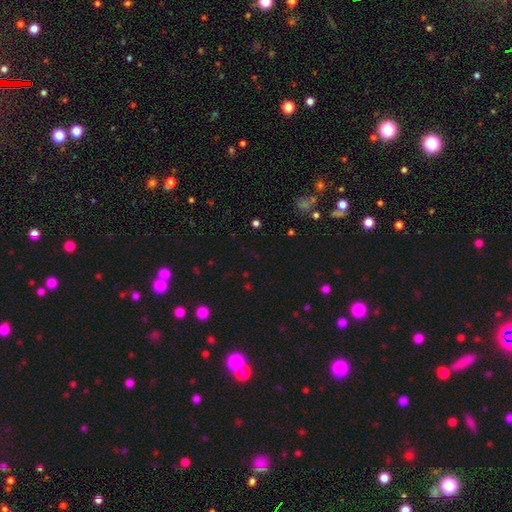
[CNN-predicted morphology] Q: Smooth or featured?
A: star or artifact (62%); runner-up: smooth (30%)